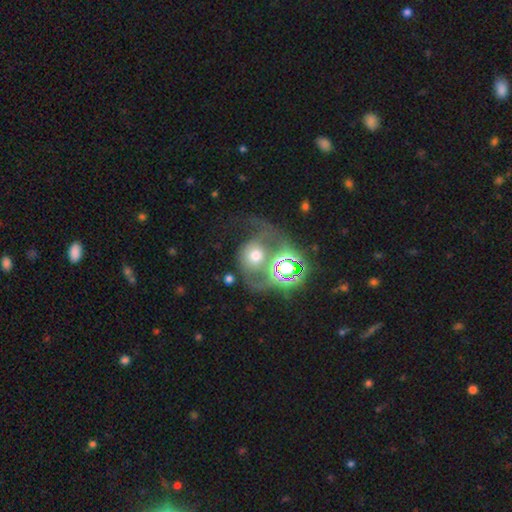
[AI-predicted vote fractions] Smooth or featured? Predicted: smooth (p=0.43). Merging? Predicted: major disturbance (p=0.40).